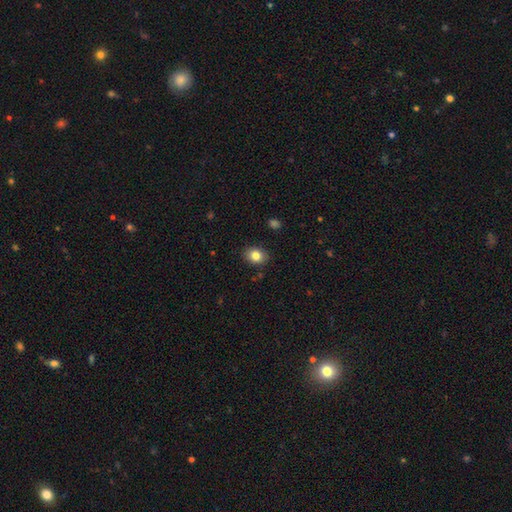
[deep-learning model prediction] A smooth galaxy with no disk features (83%) that is in between round and cigar-shaped (53%).

Vote fractions:
- Smooth or featured? smooth: 83% / star or artifact: 9% / featured or disk: 7%
- How rounded? in between: 53% / round: 46% / cigar-shaped: 1%
- Merging? none: 88% / minor disturbance: 9% / major disturbance: 2% / merger: 1%